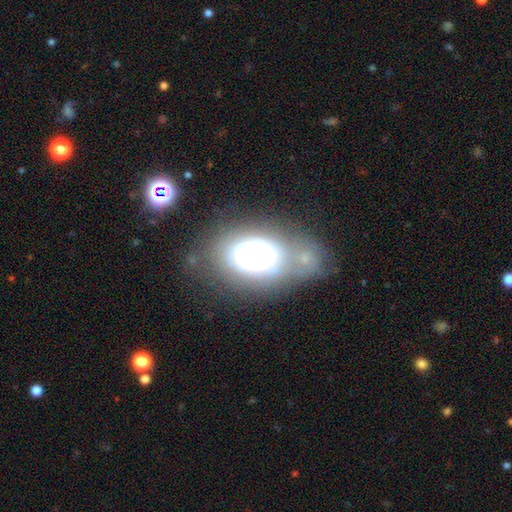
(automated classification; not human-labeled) Smooth or featured: featured or disk — 53% (smooth — 34%)
Edge-on disk: no — 92% (yes — 8%)
Merging: none — 47% (minor disturbance — 22%)